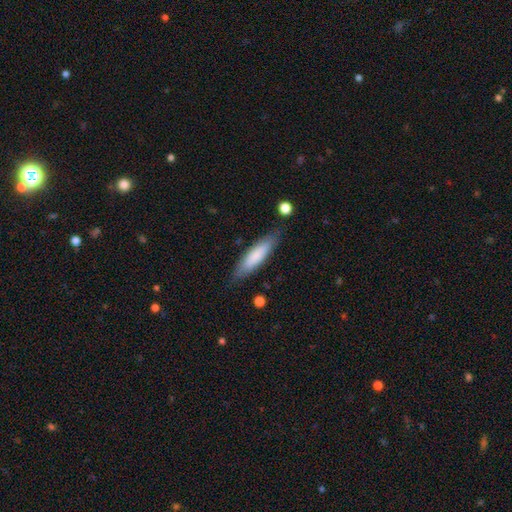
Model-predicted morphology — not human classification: A smooth galaxy with no disk features (76%) that is cigar-shaped (72%). Merging: none (83%).